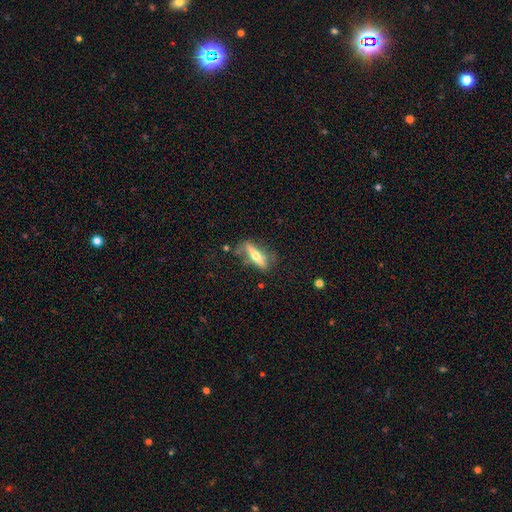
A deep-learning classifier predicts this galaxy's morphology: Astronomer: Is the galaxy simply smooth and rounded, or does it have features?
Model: featured or disk — 60%.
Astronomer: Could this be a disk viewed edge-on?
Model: yes — 86%.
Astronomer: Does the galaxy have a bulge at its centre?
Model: rounded — 91%.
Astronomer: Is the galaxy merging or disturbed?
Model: none — 69%.